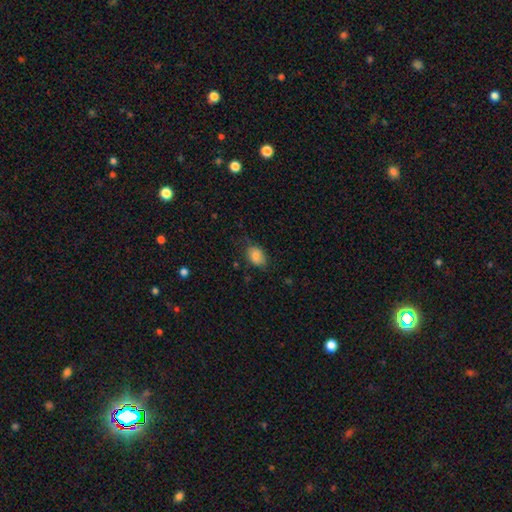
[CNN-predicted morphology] smooth 83%, featured or disk 9%, star or artifact 8%. Down the decision tree: how rounded — in between (79%); merging — none (65%).